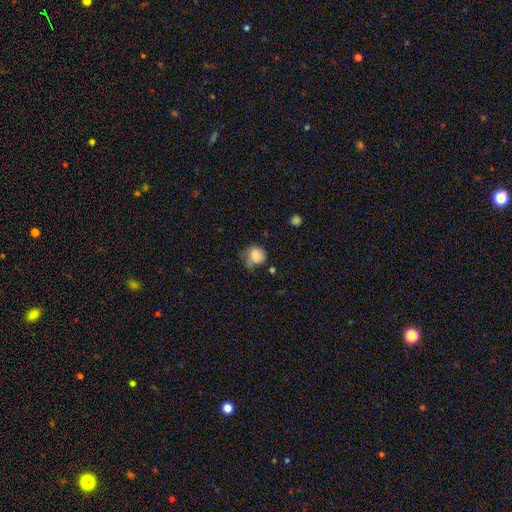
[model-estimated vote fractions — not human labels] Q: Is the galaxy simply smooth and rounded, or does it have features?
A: smooth — 78%.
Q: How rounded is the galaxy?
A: round — 78%.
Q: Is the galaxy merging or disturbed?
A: none — 51%.